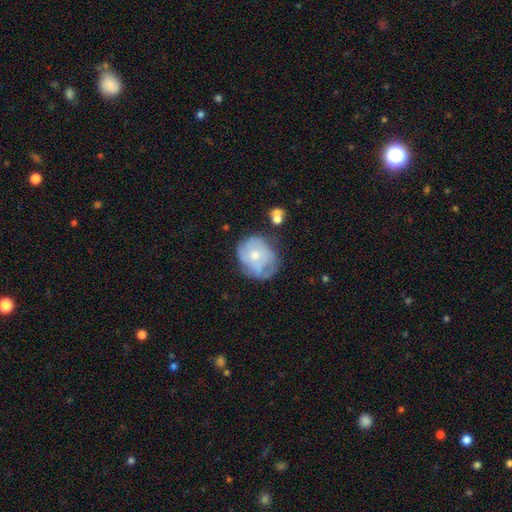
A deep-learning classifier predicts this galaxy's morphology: smooth_or_featured: featured or disk (p=0.54) [alt: smooth p=0.38]
disk_edge_on: no (p=0.97) [alt: yes p=0.03]
bar: no (p=0.83) [alt: weak p=0.15]
has_spiral_arms: yes (p=0.58) [alt: no p=0.42]
bulge_size: moderate (p=0.55) [alt: small p=0.37]
merging: none (p=0.51) [alt: minor disturbance p=0.29]